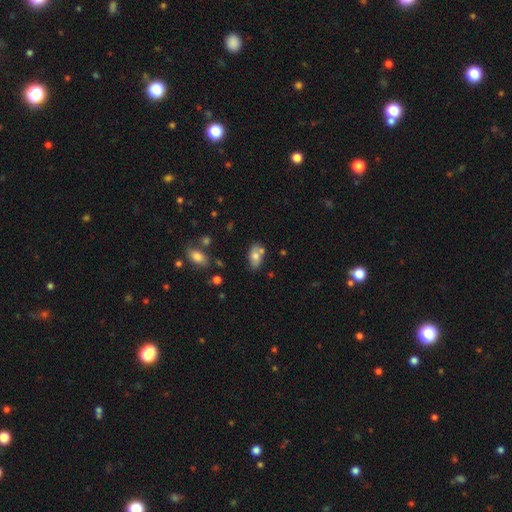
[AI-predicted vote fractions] smooth_or_featured: smooth (p=0.67) [alt: featured or disk p=0.25]
how_rounded: in between (p=0.91) [alt: round p=0.06]
merging: none (p=0.58) [alt: minor disturbance p=0.20]